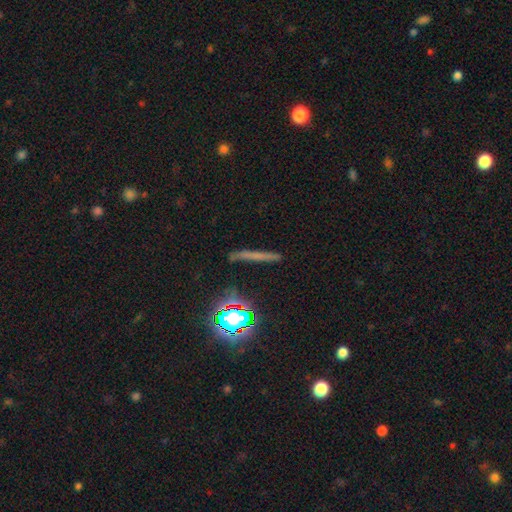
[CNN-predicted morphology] smooth 43%, featured or disk 31%, star or artifact 27%. Down the decision tree: merging — none (84%).